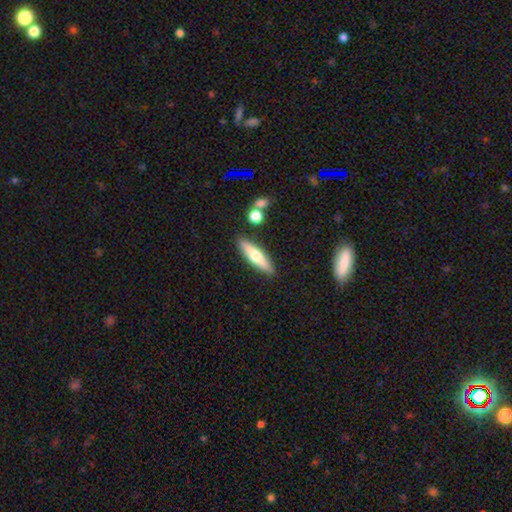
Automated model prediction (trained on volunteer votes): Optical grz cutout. It shows a smooth galaxy with no disk features (51%) that is cigar-shaped (75%). Merging: none (87%).